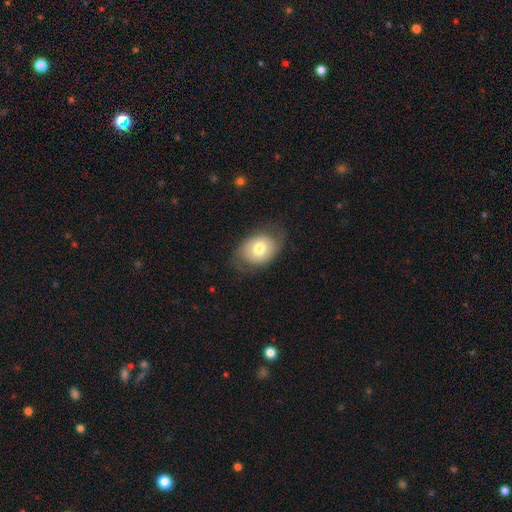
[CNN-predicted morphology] Overall: smooth (48%; featured or disk 38%). Merging: none (77%).